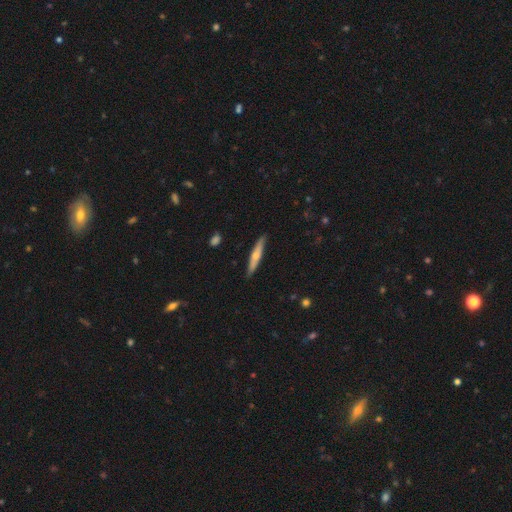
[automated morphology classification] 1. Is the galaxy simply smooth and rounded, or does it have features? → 52% featured or disk, 42% smooth, 6% star or artifact.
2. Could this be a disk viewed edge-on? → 93% yes, 7% no.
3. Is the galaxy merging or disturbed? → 88% none, 9% minor disturbance, 2% major disturbance, 1% merger.